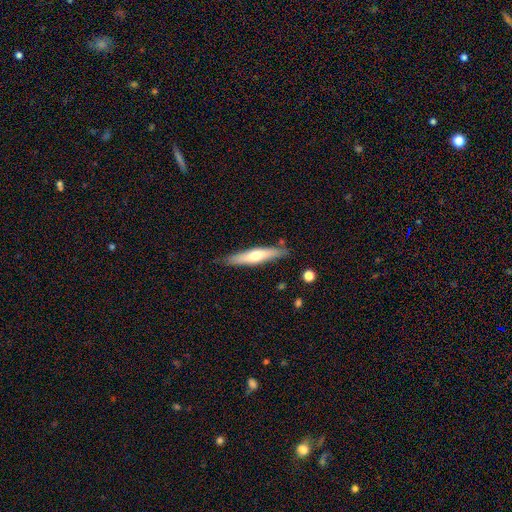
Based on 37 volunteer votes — Morphology: type=smooth (49%); roundness=cigar-shaped (72%); merging=none (86%).